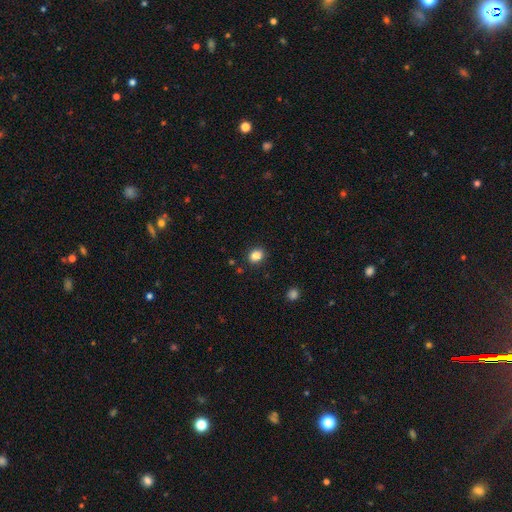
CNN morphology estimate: Smooth or featured: smooth — 86% (star or artifact — 10%)
How rounded: in between — 50% (round — 49%)
Merging: none — 87% (minor disturbance — 8%)